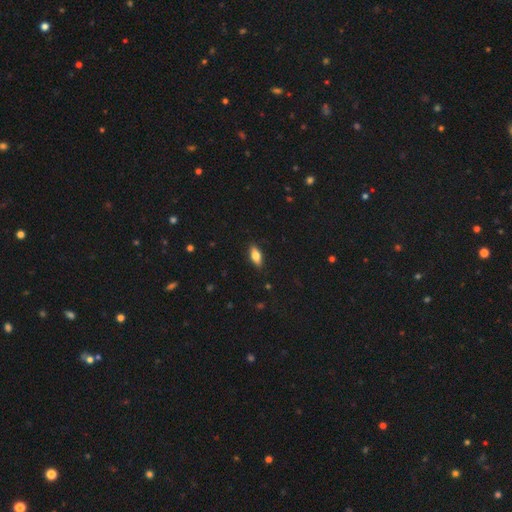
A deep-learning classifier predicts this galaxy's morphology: This is likely a smooth galaxy (75%). How rounded: clearly in between (83%). Merging: clearly none (88%).